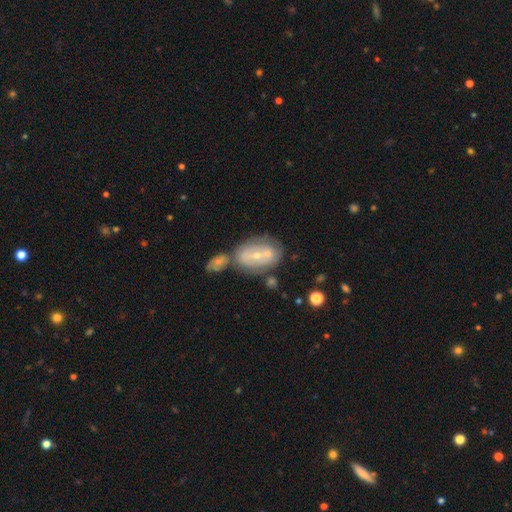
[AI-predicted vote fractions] smooth-or-featured: featured or disk: 54% | smooth: 37% | star or artifact: 9%
  disk-edge-on: no: 94% | yes: 6%
    bar: no: 72% | weak: 19% | strong: 9%
    has-spiral-arms: no: 63% | yes: 37%
    bulge-size: small: 63% | moderate: 33% | none: 2% | large: 1% | dominant: 1%
  merging: merger: 52% | none: 31% | minor disturbance: 11% | major disturbance: 5%